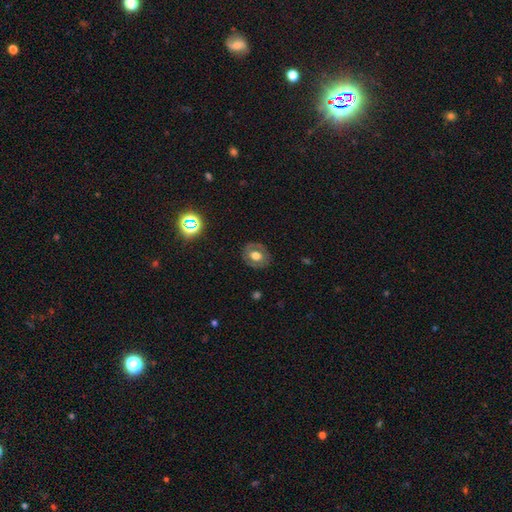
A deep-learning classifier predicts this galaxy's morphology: This appears to be a smooth galaxy with no disk features (50%). Merging: none (82%).